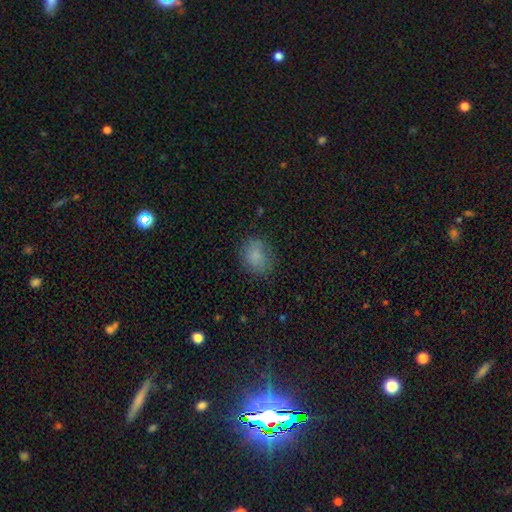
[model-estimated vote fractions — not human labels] This is clearly a smooth galaxy (81%). How rounded: possibly in between (54%). Merging: likely none (74%).